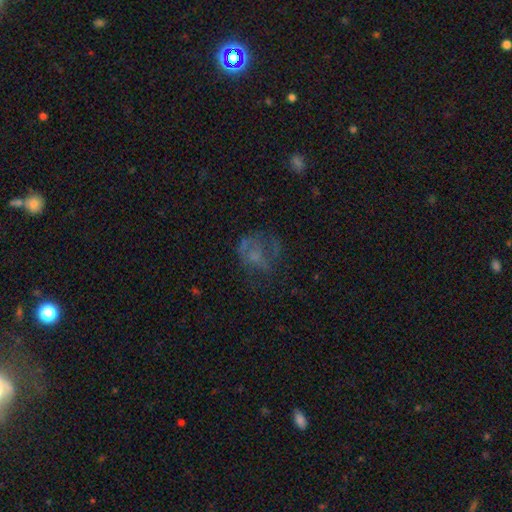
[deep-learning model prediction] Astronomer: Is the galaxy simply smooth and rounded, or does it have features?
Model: featured or disk — 46% (runner-up: smooth, 36%).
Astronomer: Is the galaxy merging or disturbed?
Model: none — 42% (runner-up: major disturbance, 35%).